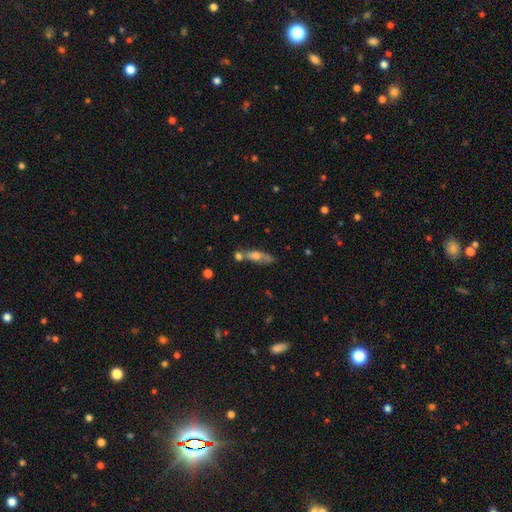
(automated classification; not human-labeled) Q: Smooth or featured?
A: smooth (56%); runner-up: featured or disk (34%)
Q: How rounded?
A: cigar-shaped (47%); tied with: in between (47%)
Q: Merging?
A: none (46%); runner-up: merger (29%)